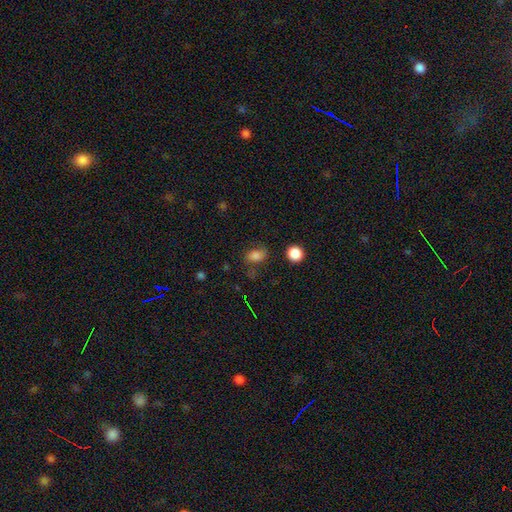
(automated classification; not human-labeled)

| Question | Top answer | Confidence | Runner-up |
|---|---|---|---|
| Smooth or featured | smooth | 75% | star or artifact (14%) |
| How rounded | in between | 72% | round (26%) |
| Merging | none | 65% | minor disturbance (22%) |